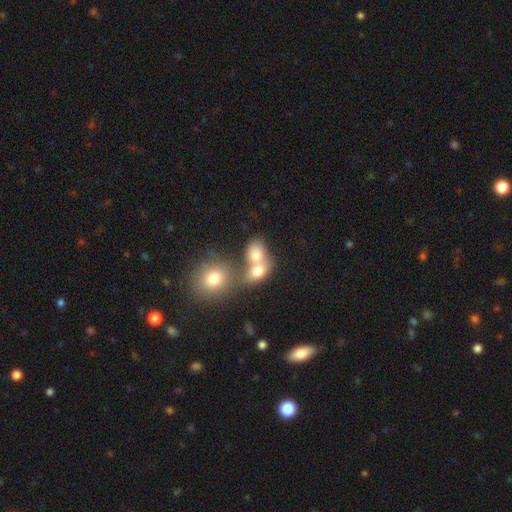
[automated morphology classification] Smooth or featured: smooth — 73% (featured or disk — 16%)
How rounded: in between — 52% (round — 46%)
Merging: merger — 60% (none — 28%)